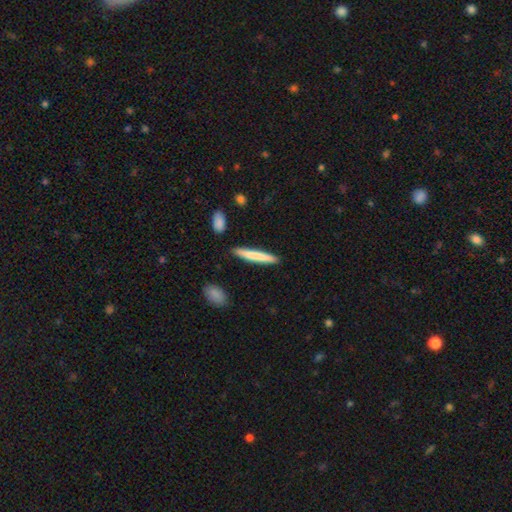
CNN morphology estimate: smooth-or-featured: smooth: 73% | featured or disk: 21% | star or artifact: 6%
  how-rounded: cigar-shaped: 94% | in between: 4% | round: 1%
  merging: none: 89% | minor disturbance: 7% | merger: 3% | major disturbance: 2%